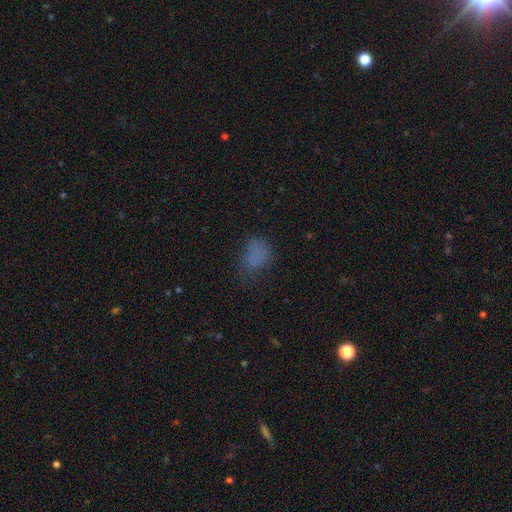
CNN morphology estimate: smooth 71%, star or artifact 18%, featured or disk 10%. Down the decision tree: how rounded — in between (67%); merging — none (52%).